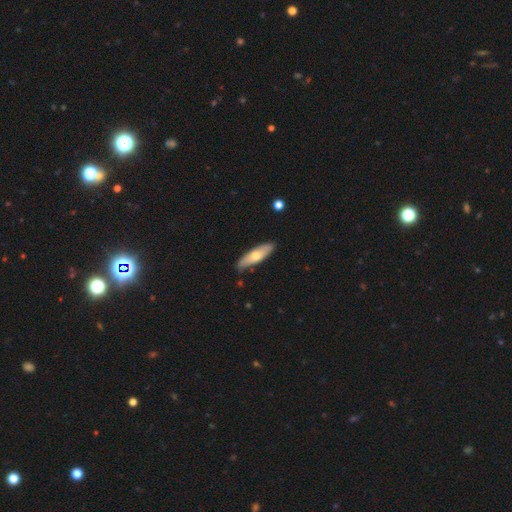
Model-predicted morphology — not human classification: smooth 60%, featured or disk 35%, star or artifact 5%. Down the decision tree: how rounded — cigar-shaped (55%); merging — none (83%).